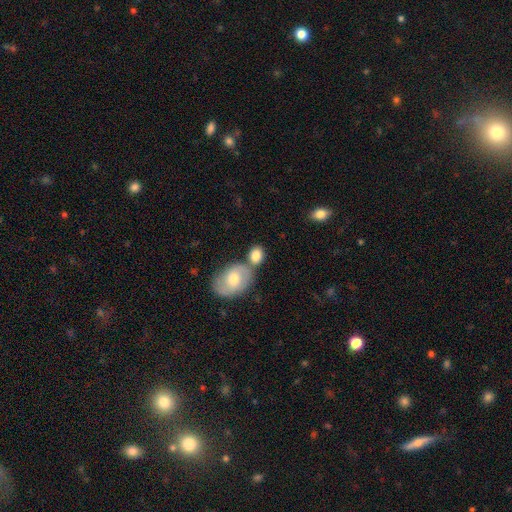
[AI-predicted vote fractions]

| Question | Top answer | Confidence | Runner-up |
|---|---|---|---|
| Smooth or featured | smooth | 80% | featured or disk (13%) |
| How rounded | in between | 64% | round (34%) |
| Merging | none | 52% | merger (32%) |